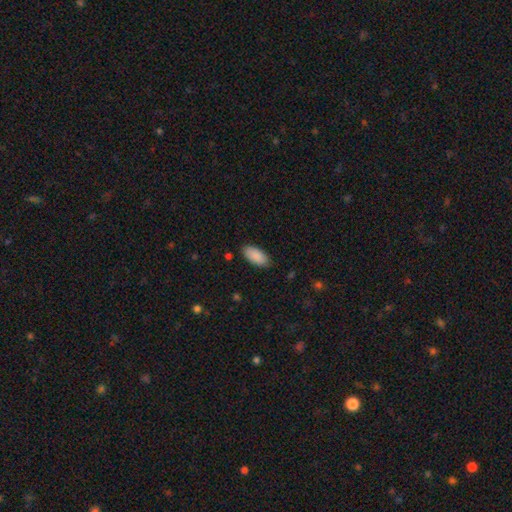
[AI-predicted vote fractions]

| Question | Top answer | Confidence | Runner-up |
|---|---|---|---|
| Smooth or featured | smooth | 90% | star or artifact (6%) |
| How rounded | in between | 93% | cigar-shaped (5%) |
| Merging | none | 86% | minor disturbance (11%) |